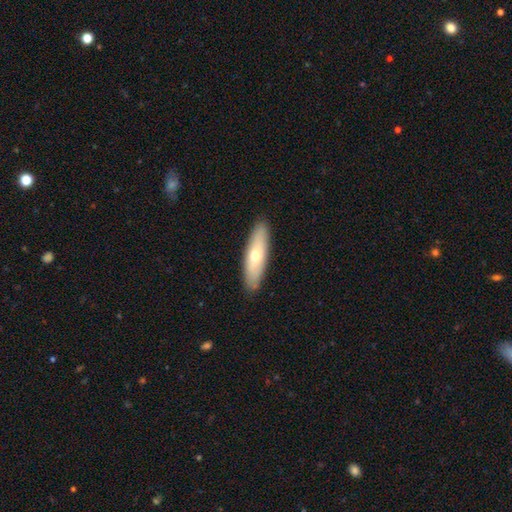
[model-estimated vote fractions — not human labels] Overall: smooth (59%; featured or disk 36%). How rounded: cigar-shaped (60%; in between 38%). Merging: none (89%).